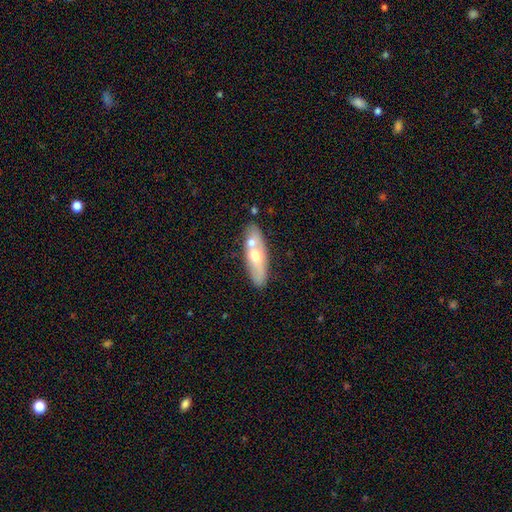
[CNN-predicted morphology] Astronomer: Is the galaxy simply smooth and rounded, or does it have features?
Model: featured or disk — 48% (runner-up: smooth, 45%).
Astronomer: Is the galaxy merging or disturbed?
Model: none — 67%.